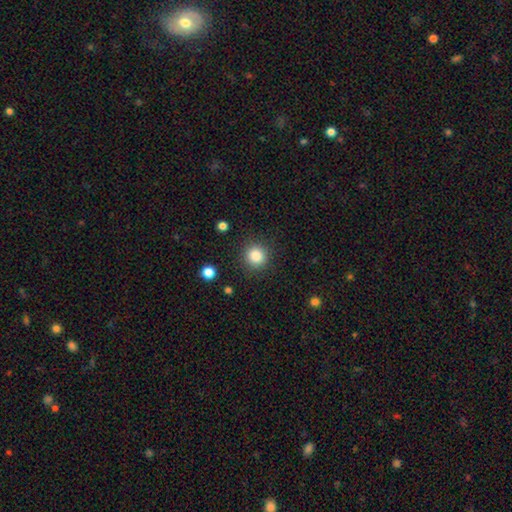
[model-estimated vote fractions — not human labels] smooth_or_featured: smooth (p=0.85) [alt: star or artifact p=0.10]
how_rounded: round (p=0.93) [alt: in between p=0.06]
merging: none (p=0.88) [alt: minor disturbance p=0.07]